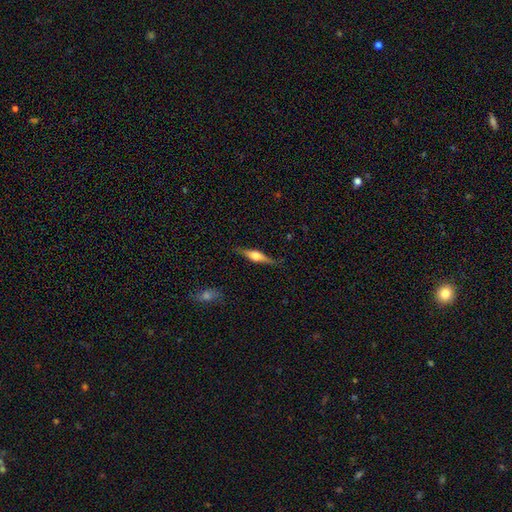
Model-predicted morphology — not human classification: Q: Smooth or featured?
A: featured or disk (63%); runner-up: smooth (31%)
Q: Edge-on disk?
A: yes (96%); runner-up: no (4%)
Q: Edge-on bulge?
A: rounded (89%); runner-up: boxy (9%)
Q: Merging?
A: none (85%); runner-up: minor disturbance (11%)